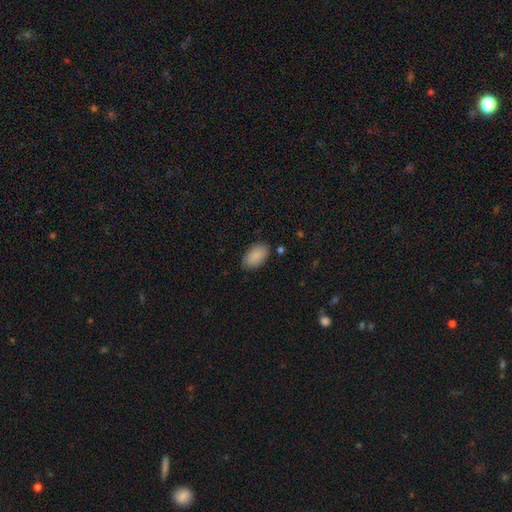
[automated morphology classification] Q: Smooth or featured?
A: smooth (88%); runner-up: star or artifact (6%)
Q: How rounded?
A: in between (94%); runner-up: round (4%)
Q: Merging?
A: none (81%); runner-up: minor disturbance (15%)